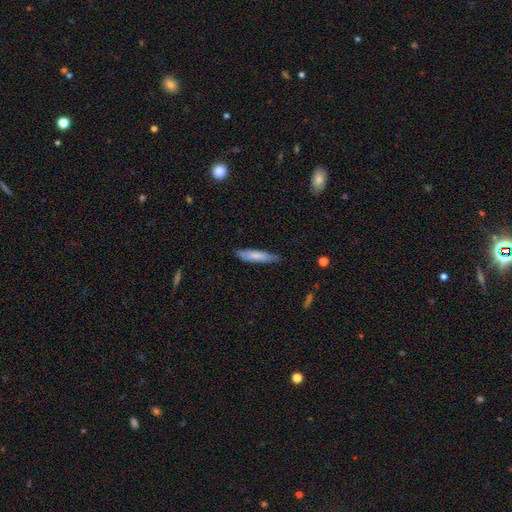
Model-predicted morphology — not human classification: The model was most divided on "smooth or featured": smooth: 74%, featured or disk: 20%, star or artifact: 6%. More confident: how rounded — cigar-shaped (80%); merging — none (75%).